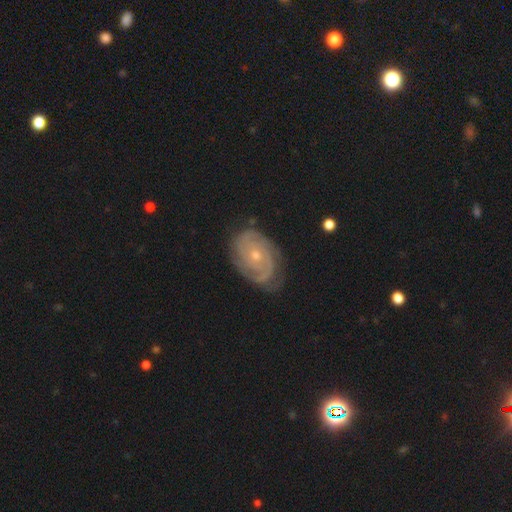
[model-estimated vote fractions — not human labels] smooth_or_featured: featured or disk (p=0.87) [alt: smooth p=0.07]
disk_edge_on: no (p=0.97) [alt: yes p=0.03]
bar: no (p=0.76) [alt: weak p=0.20]
has_spiral_arms: yes (p=0.97) [alt: no p=0.03]
spiral_winding: tight (p=0.73) [alt: medium p=0.23]
spiral_arm_count: 2 (p=0.41) [alt: 3 p=0.22]
bulge_size: small (p=0.61) [alt: moderate p=0.37]
merging: none (p=0.76) [alt: minor disturbance p=0.18]